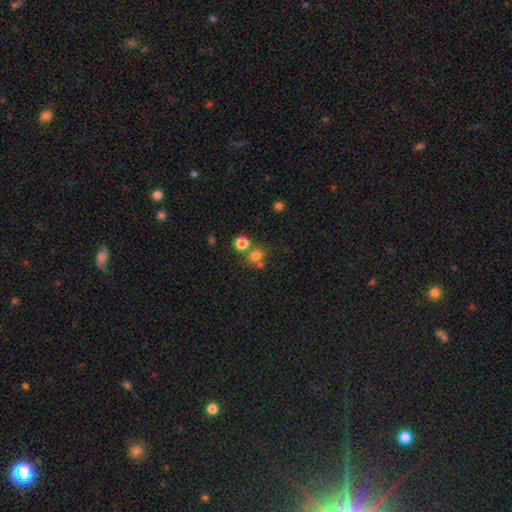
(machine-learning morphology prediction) Smooth or featured? Predicted: smooth (p=0.73). How rounded? Predicted: round (p=0.83). Merging? Predicted: none (p=0.62).